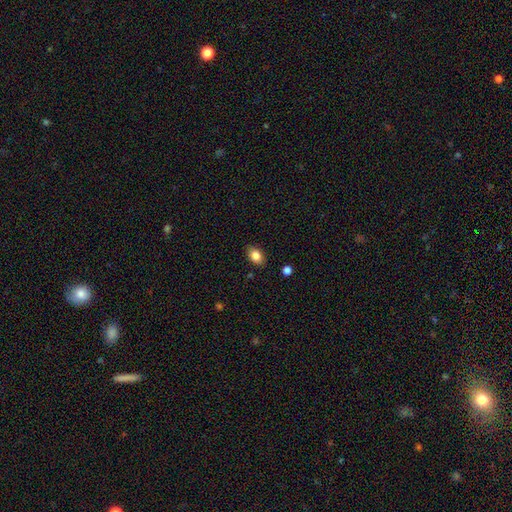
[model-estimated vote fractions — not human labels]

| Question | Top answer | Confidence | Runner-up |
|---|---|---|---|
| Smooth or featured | smooth | 83% | star or artifact (9%) |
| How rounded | in between | 81% | round (17%) |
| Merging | none | 86% | minor disturbance (11%) |